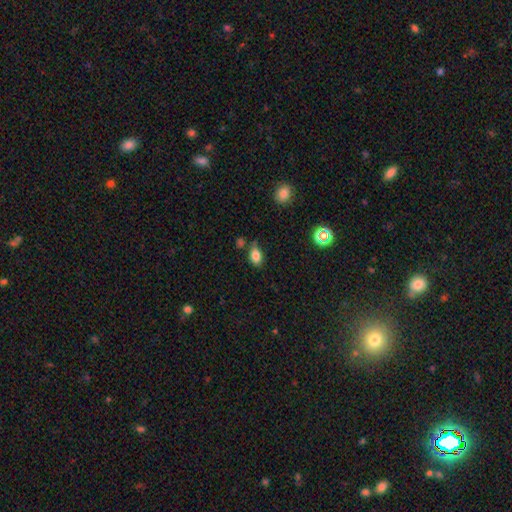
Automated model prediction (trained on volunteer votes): Smooth or featured? Predicted: smooth (p=0.81). How rounded? Predicted: in between (p=0.82). Merging? Predicted: none (p=0.63).